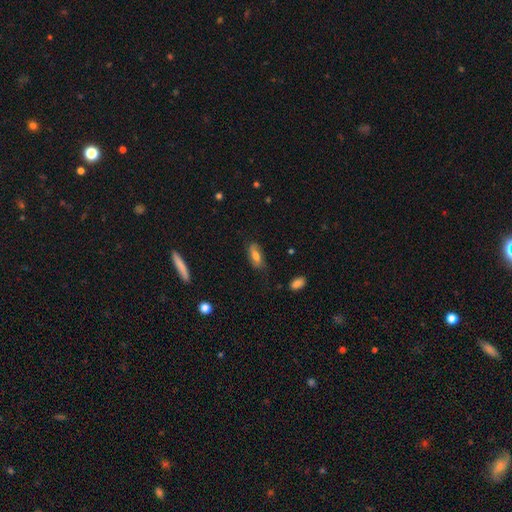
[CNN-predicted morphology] Smooth or featured: smooth — 65% (featured or disk — 27%)
How rounded: in between — 75% (cigar-shaped — 22%)
Merging: none — 69% (minor disturbance — 23%)